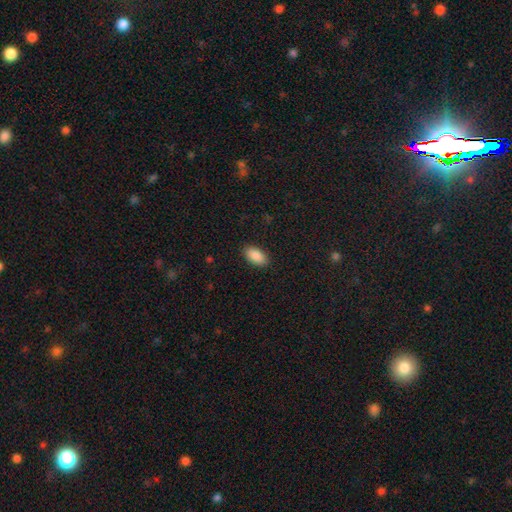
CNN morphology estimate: Smooth or featured? smooth (90%)
How rounded? in between (95%)
Merging? none (89%)